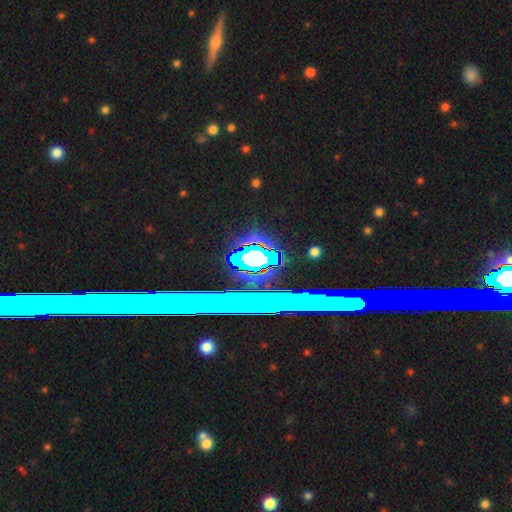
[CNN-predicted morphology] This is likely a star or artifact rather than a galaxy (76%).